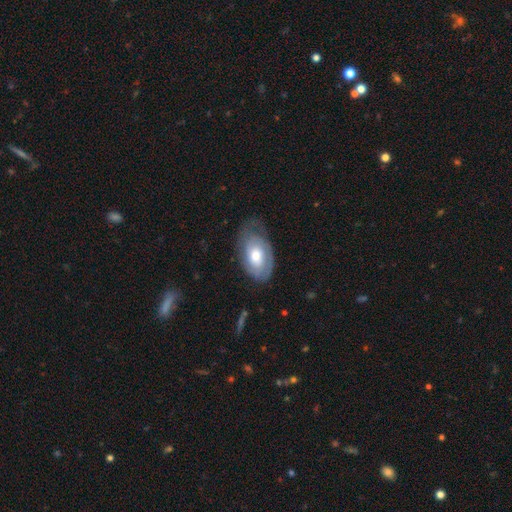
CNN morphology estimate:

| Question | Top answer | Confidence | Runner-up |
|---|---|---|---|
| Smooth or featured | featured or disk | 55% | smooth (40%) |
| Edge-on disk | no | 93% | yes (7%) |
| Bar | no | 77% | weak (19%) |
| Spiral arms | yes | 69% | no (31%) |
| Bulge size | moderate | 65% | small (19%) |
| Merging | none | 56% | minor disturbance (28%) |